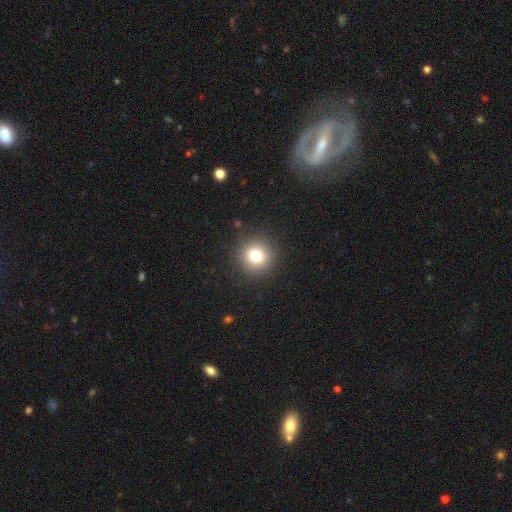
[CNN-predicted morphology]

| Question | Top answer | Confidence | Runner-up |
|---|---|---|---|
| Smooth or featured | smooth | 79% | star or artifact (12%) |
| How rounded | round | 93% | in between (6%) |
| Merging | none | 91% | minor disturbance (6%) |